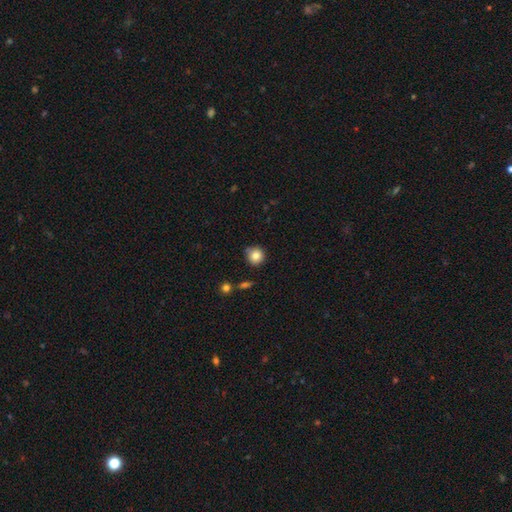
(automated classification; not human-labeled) smooth 82%, star or artifact 10%, featured or disk 7%. Down the decision tree: how rounded — round (92%); merging — none (78%).